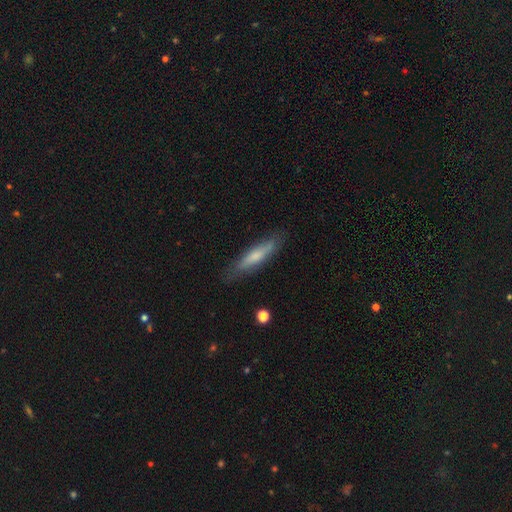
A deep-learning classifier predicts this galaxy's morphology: This appears to be a smooth galaxy with no disk features (62%) that is cigar-shaped (84%). Merging: none (82%).